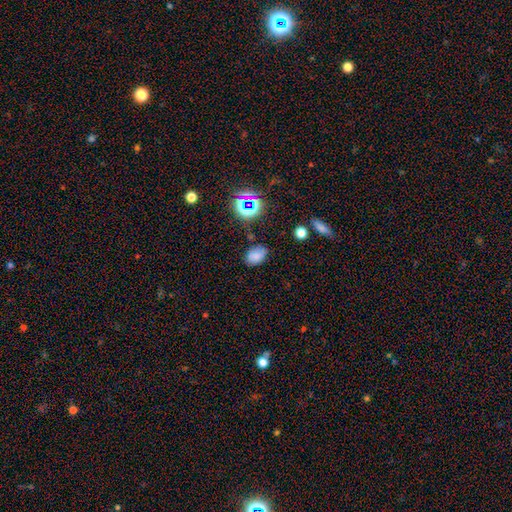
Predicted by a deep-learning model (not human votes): Smooth or featured?
  - smooth: 72% *
  - star or artifact: 19%
  - featured or disk: 9%
How rounded?
  - in between: 79% *
  - round: 20%
  - cigar-shaped: 1%
Merging?
  - none: 73% *
  - minor disturbance: 19%
  - major disturbance: 5%
  - merger: 3%